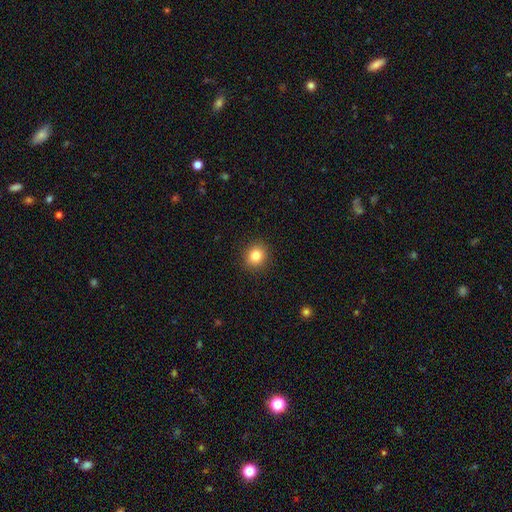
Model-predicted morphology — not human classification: Smooth or featured?
  - smooth: 83% *
  - star or artifact: 11%
  - featured or disk: 6%
How rounded?
  - round: 83% *
  - in between: 16%
  - cigar-shaped: 1%
Merging?
  - none: 92% *
  - minor disturbance: 6%
  - major disturbance: 2%
  - merger: 1%